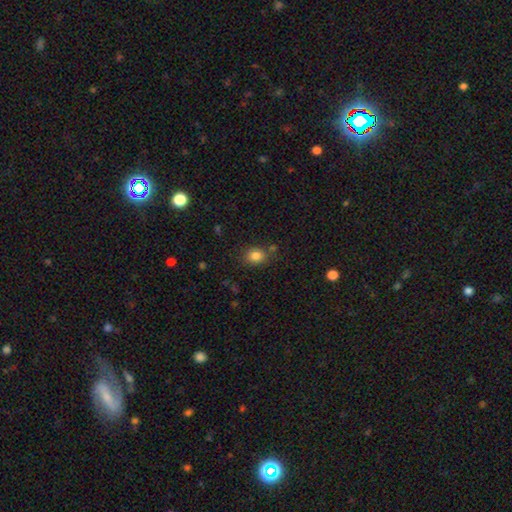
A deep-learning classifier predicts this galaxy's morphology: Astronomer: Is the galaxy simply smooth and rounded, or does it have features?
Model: smooth — 83%.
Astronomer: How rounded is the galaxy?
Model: round — 58% (runner-up: in between, 42%).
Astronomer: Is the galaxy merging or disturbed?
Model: none — 77%.